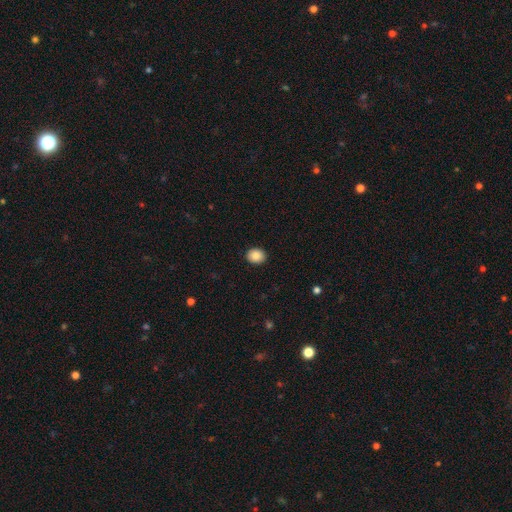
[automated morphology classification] Overall: smooth (87%). How rounded: round (57%; in between 43%). Merging: none (91%).